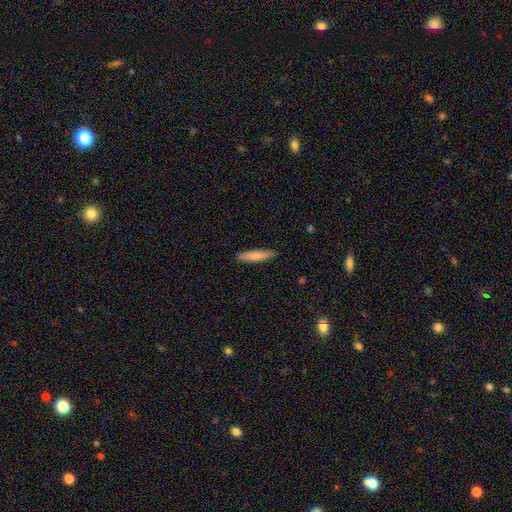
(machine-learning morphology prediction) Smooth or featured?
  - smooth: 73% *
  - featured or disk: 21%
  - star or artifact: 5%
How rounded?
  - cigar-shaped: 84% *
  - in between: 14%
  - round: 1%
Merging?
  - none: 90% *
  - minor disturbance: 8%
  - major disturbance: 2%
  - merger: 1%